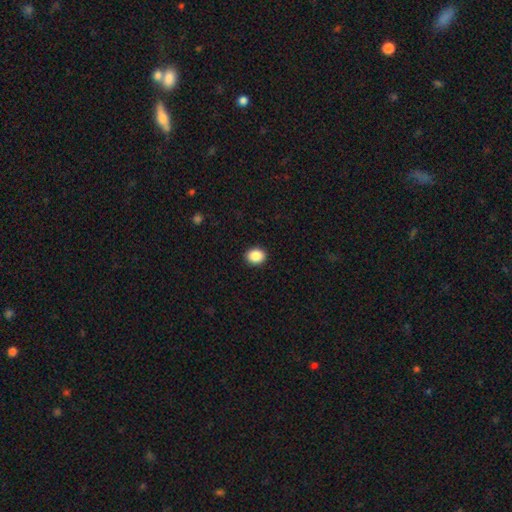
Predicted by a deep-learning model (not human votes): smooth_or_featured: smooth (p=0.89) [alt: star or artifact p=0.08]
how_rounded: round (p=0.60) [alt: in between p=0.39]
merging: none (p=0.91) [alt: minor disturbance p=0.06]